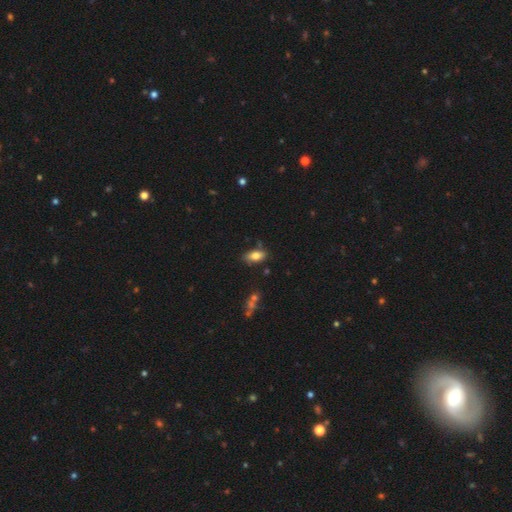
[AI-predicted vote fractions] Smooth or featured? smooth (79%)
How rounded? in between (89%)
Merging? none (75%)